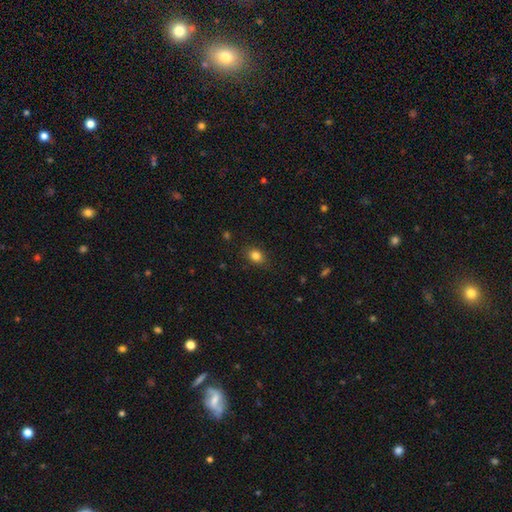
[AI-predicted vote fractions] This appears to be a smooth galaxy with no disk features (83%) that is in between round and cigar-shaped (61%). Merging: none (84%).